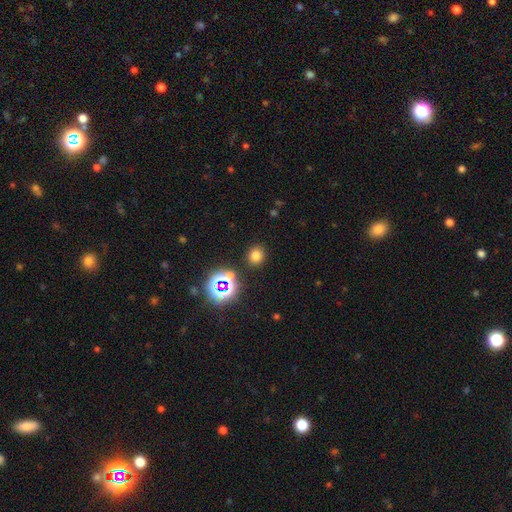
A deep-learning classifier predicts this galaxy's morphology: The model was most divided on "smooth or featured": smooth: 71%, star or artifact: 22%, featured or disk: 6%. More confident: merging — none (87%); how rounded — round (81%).